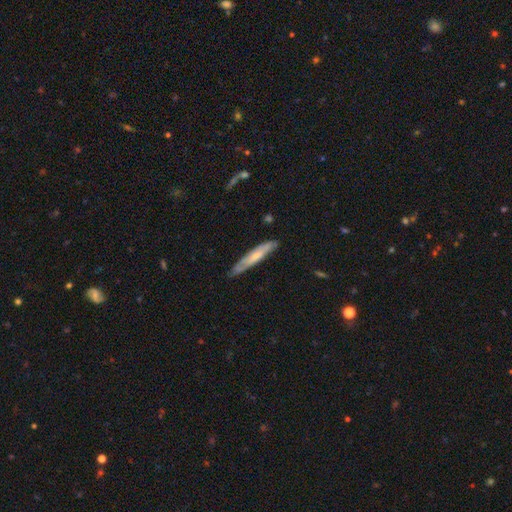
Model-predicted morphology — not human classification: Q: Smooth or featured?
A: smooth (54%); runner-up: featured or disk (41%)
Q: How rounded?
A: cigar-shaped (91%); runner-up: in between (8%)
Q: Merging?
A: none (78%); runner-up: minor disturbance (17%)